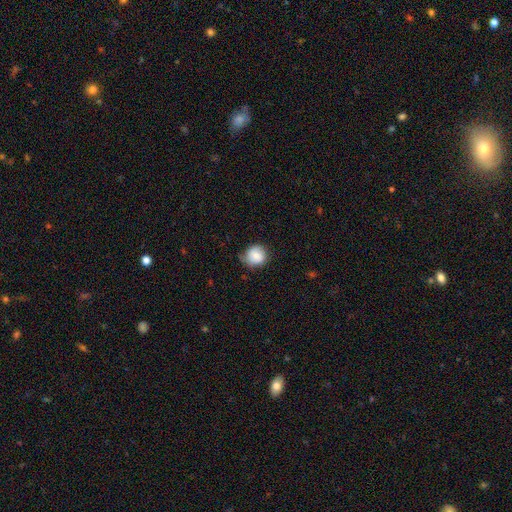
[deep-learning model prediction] Smooth or featured? Predicted: smooth (p=0.79). How rounded? Predicted: round (p=0.84). Merging? Predicted: none (p=0.62).